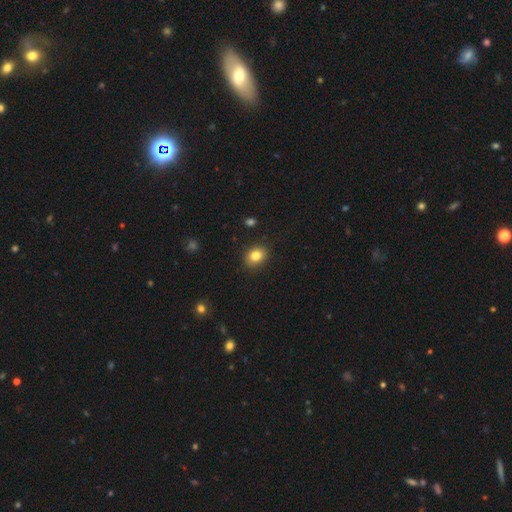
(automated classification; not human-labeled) The model was most divided on "how rounded": round: 55%, in between: 45%, cigar-shaped: 1%. More confident: merging — none (89%); smooth or featured — smooth (83%).